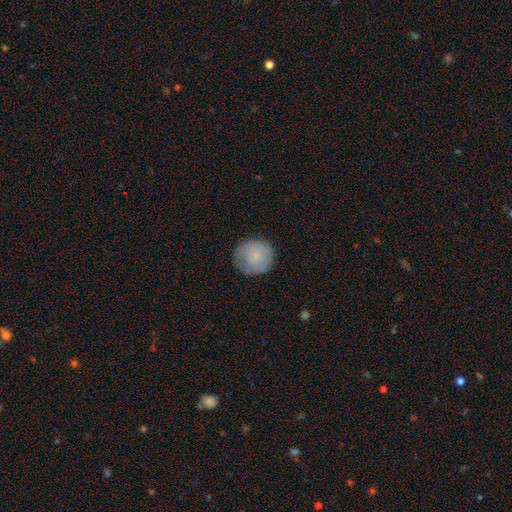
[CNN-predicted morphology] Smooth or featured: smooth — 78% (featured or disk — 15%)
How rounded: round — 91% (in between — 9%)
Merging: none — 76% (minor disturbance — 18%)